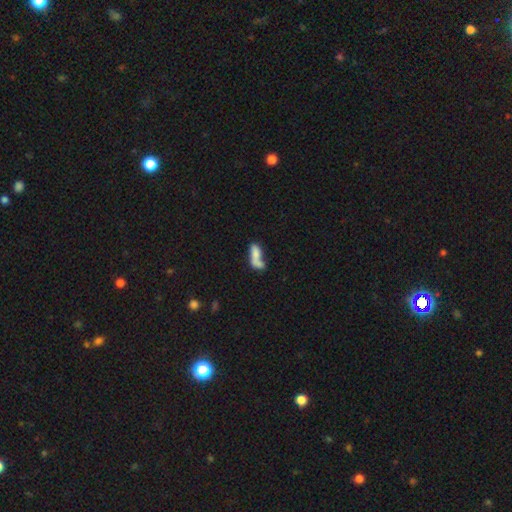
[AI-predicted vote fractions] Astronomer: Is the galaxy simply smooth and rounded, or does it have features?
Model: smooth — 64%.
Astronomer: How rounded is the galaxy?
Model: in between — 68%.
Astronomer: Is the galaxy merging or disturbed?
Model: merger — 52%.